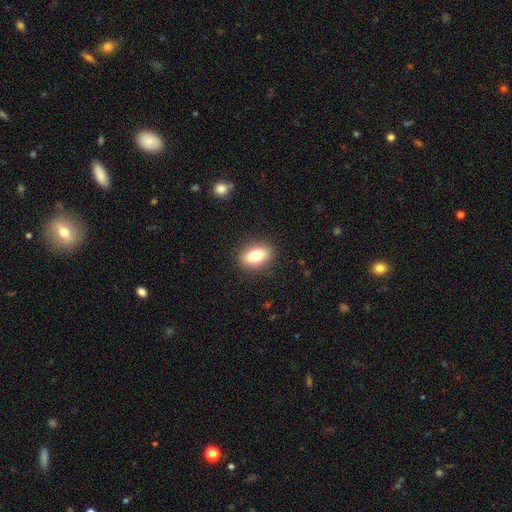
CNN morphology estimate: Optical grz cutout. It shows a smooth galaxy with no disk features (78%) that is in between round and cigar-shaped (82%). Merging: none (88%).